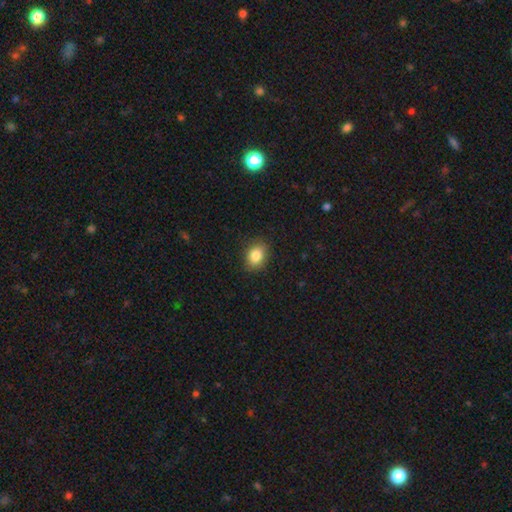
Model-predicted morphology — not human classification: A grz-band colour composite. It shows a smooth galaxy with no disk features (85%) that is in between round and cigar-shaped (62%). Merging: none (86%).